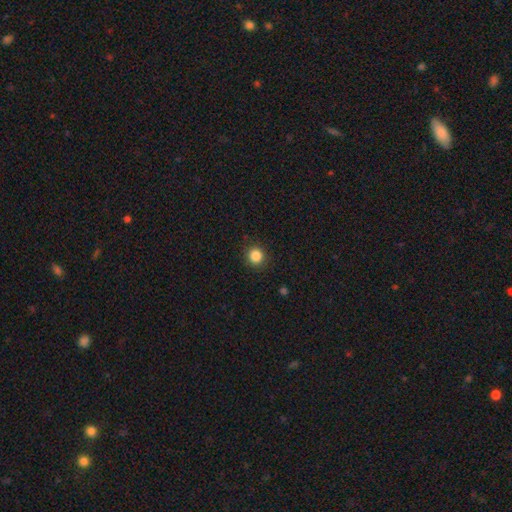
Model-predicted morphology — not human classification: Overall: smooth (86%). How rounded: round (91%). Merging: none (90%).